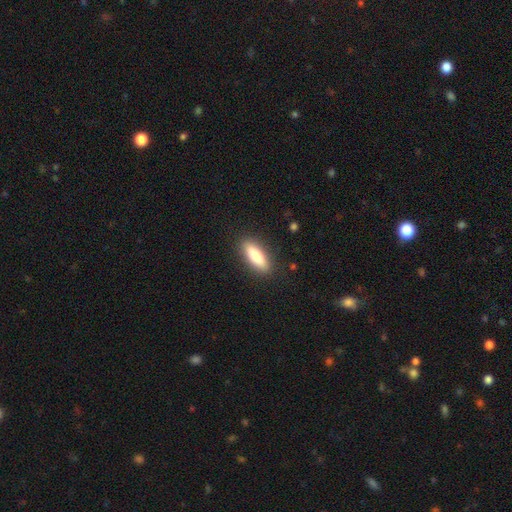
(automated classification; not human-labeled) The model was most divided on "how rounded": in between: 55%, cigar-shaped: 43%, round: 2%. More confident: merging — none (88%); smooth or featured — smooth (75%).